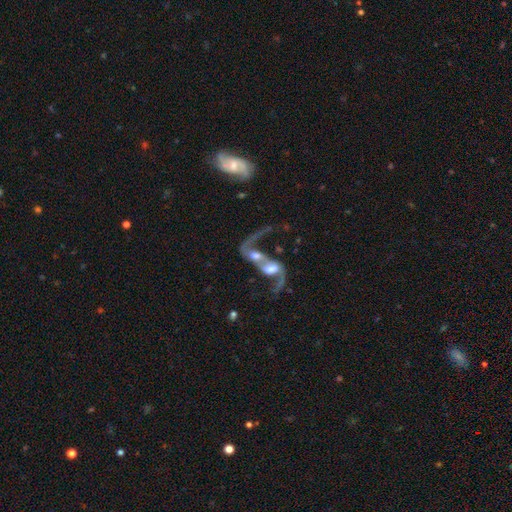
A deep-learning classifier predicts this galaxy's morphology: A featured or disk galaxy (69%) with no bar (51%), 2 (61%) loose (86%) spiral arms (79%) and a moderate central bulge (44%).

Vote fractions:
- Smooth or featured? featured or disk: 69% / smooth: 22% / star or artifact: 9%
- Edge-on disk? no: 94% / yes: 6%
- Bar? no: 51% / weak: 32% / strong: 17%
- Spiral arms? yes: 79% / no: 21%
- Spiral winding? loose: 86% / medium: 10% / tight: 3%
- Spiral arm count? 2: 61% / 1: 29% / can't tell: 6% / 3: 1% / 4: 1% / more than 4: 1%
- Bulge size? moderate: 44% / large: 28% / small: 14% / none: 10% / dominant: 5%
- Merging? merger: 82% / major disturbance: 9% / none: 7% / minor disturbance: 3%